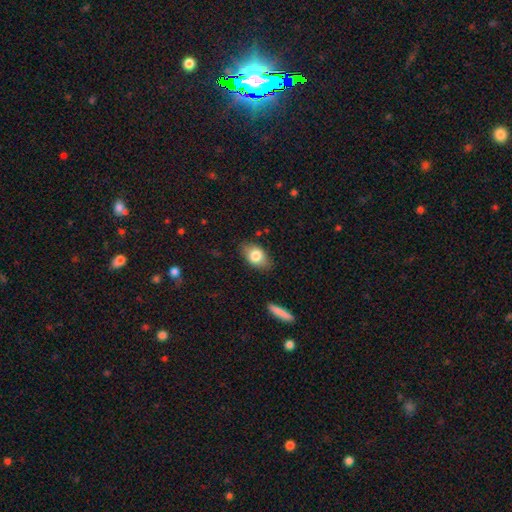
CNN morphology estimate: type=smooth (78%); roundness=in between (84%); merging=none (81%).